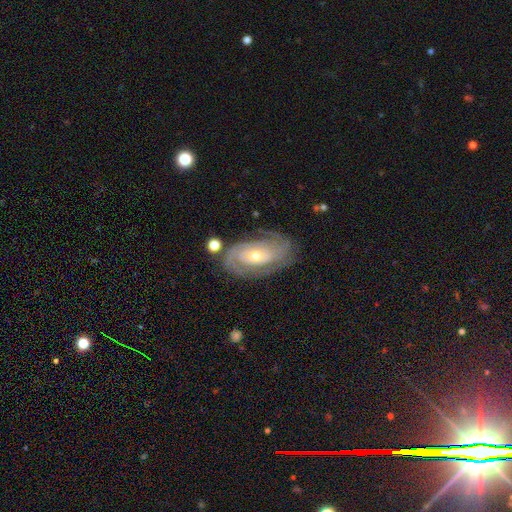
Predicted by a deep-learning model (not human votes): featured or disk 83%, smooth 12%, star or artifact 5%. Down the decision tree: edge-on disk — no (95%); bar — no (68%); spiral arms — yes (92%); spiral arm count — 2 (48%); spiral winding — tight (67%); bulge size — moderate (50%); merging — none (73%).